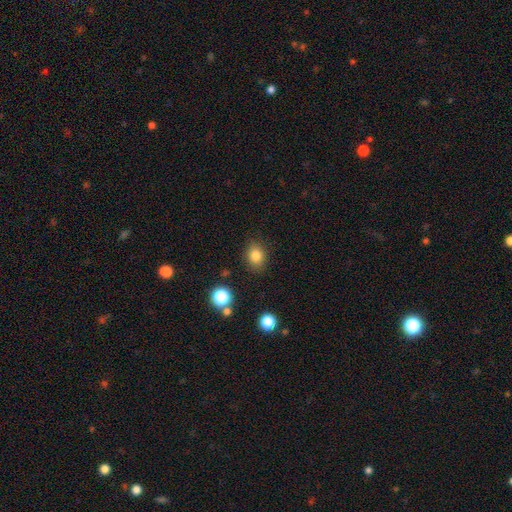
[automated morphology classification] A smooth galaxy with no disk features (83%) that is round (55%). Merging: none (84%).